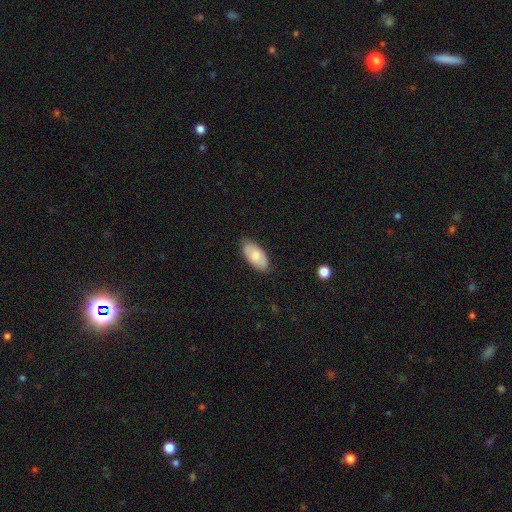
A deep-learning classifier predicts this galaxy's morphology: Smooth or featured? Predicted: smooth (p=0.76). How rounded? Predicted: in between (p=0.93). Merging? Predicted: none (p=0.82).